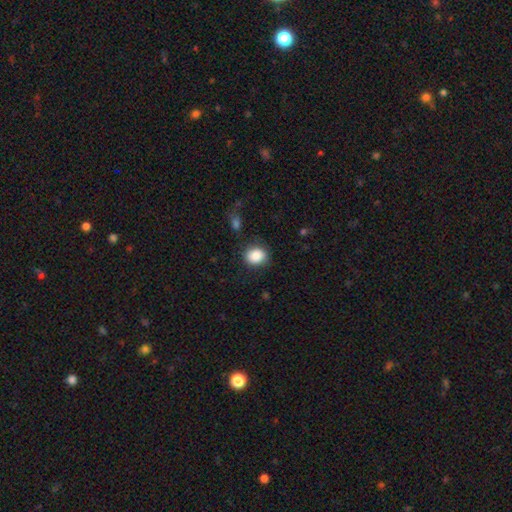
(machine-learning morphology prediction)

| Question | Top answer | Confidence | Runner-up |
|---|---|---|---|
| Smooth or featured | smooth | 87% | star or artifact (8%) |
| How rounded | round | 63% | in between (36%) |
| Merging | none | 80% | minor disturbance (13%) |